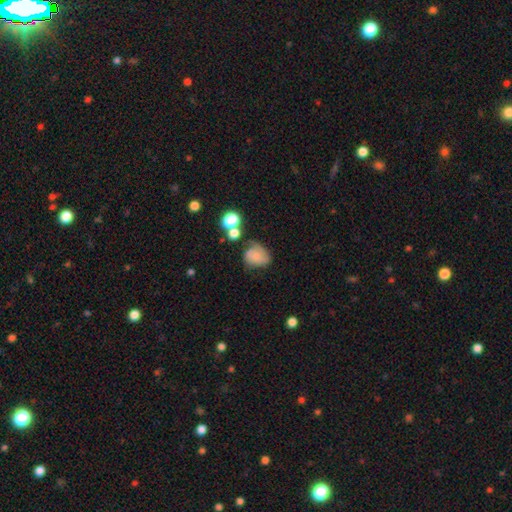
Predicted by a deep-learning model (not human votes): Smooth or featured: smooth — 60% (featured or disk — 28%)
How rounded: round — 53% (in between — 46%)
Merging: none — 44% (minor disturbance — 31%)